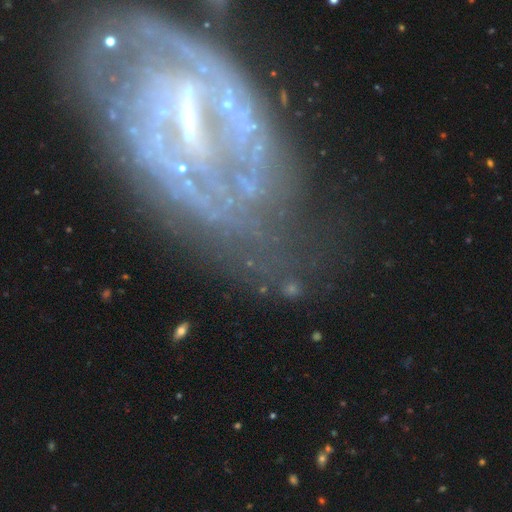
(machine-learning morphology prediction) Overall: featured or disk (79%). Edge-on disk: no (94%). Bar: weak (40%; strong 34%). Spiral arms: yes (64%; no 36%). Bulge size: small (45%; none 32%). Merging: none (52%; minor disturbance 23%).